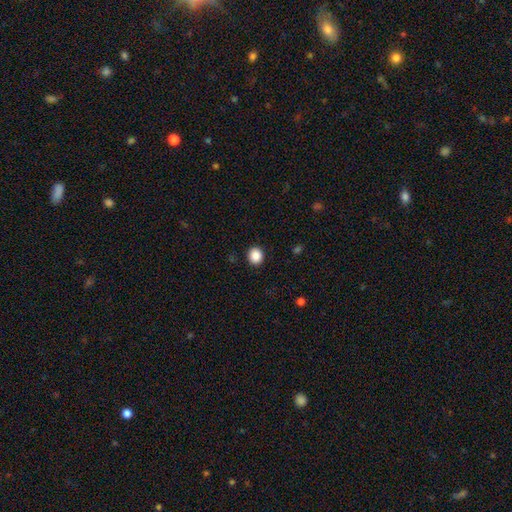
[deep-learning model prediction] The model was most divided on "how rounded": round: 80%, in between: 19%, cigar-shaped: 1%. More confident: merging — none (92%); smooth or featured — smooth (88%).